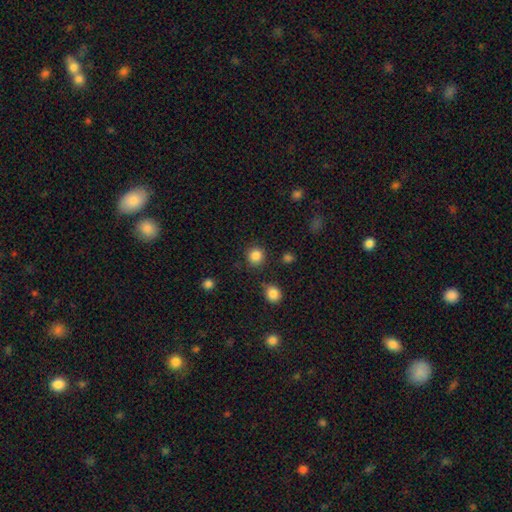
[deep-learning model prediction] The model was most divided on "smooth or featured": smooth: 85%, star or artifact: 11%, featured or disk: 4%. More confident: how rounded — round (92%); merging — none (86%).